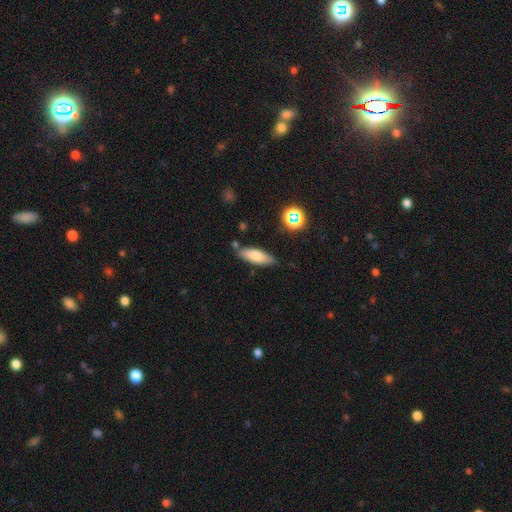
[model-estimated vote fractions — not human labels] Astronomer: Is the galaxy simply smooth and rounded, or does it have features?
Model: smooth — 72%.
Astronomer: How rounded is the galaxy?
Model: in between — 53% (runner-up: cigar-shaped, 44%).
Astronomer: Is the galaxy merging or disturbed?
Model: none — 79%.